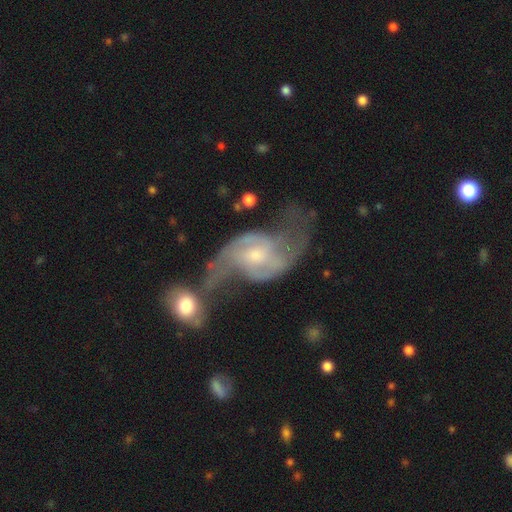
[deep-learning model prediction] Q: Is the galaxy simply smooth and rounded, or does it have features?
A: featured or disk — 86%.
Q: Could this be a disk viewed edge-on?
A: no — 96%.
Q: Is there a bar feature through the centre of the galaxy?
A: no — 49%.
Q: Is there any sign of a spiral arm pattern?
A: yes — 94%.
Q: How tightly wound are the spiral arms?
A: loose — 51%.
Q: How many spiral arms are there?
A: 2 — 87%.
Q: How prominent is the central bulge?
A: small — 48%.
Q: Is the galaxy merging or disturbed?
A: merger — 35%.